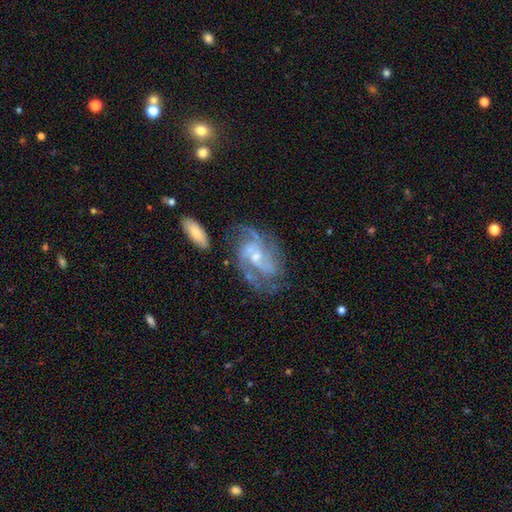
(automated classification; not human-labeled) This appears to be a featured or disk galaxy (86%) with no bar (51%), 2 (42%) medium (51%) spiral arms (95%) and a small central bulge (59%). Merging: none (62%).